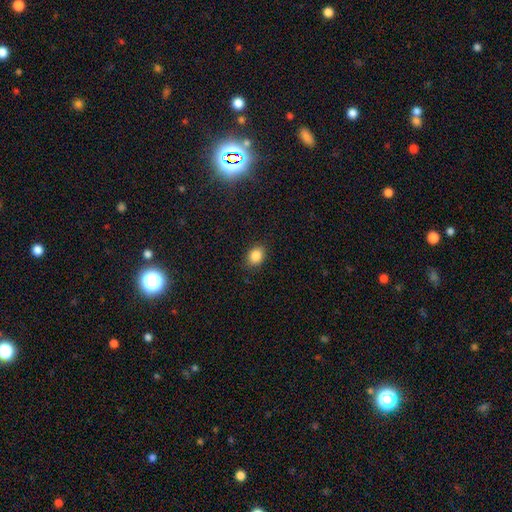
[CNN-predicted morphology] This is clearly a smooth galaxy (86%). How rounded: possibly in between (59%). Merging: clearly none (87%).